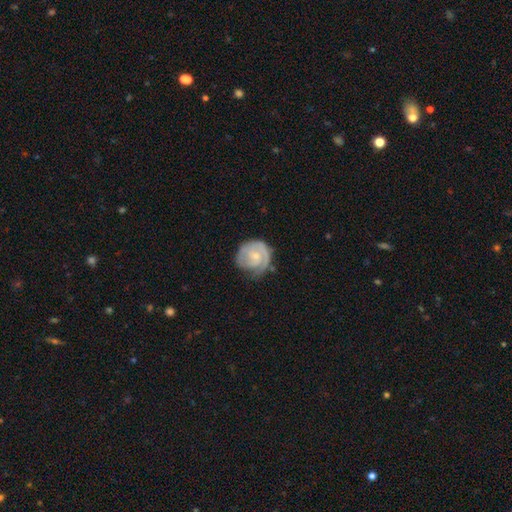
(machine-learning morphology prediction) Smooth or featured? featured or disk (72%)
Edge-on disk? no (98%)
Bar? no (68%)
Spiral arms? yes (91%)
Spiral winding? tight (64%)
Spiral arm count? 2 (38%)
Bulge size? small (67%)
Merging? none (60%)